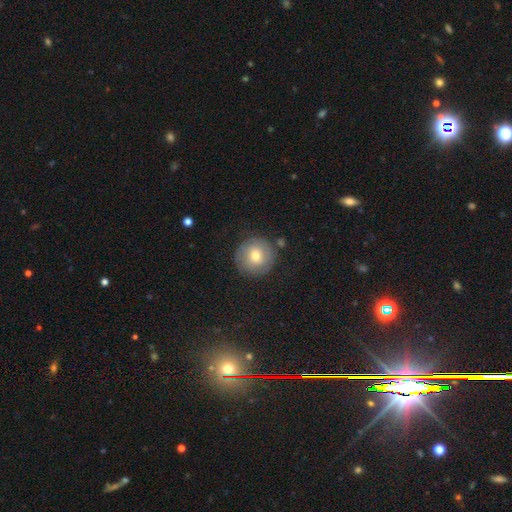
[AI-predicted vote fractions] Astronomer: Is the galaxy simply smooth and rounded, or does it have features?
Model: smooth — 65%.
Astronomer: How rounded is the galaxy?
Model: round — 95%.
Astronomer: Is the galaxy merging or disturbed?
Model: none — 80%.